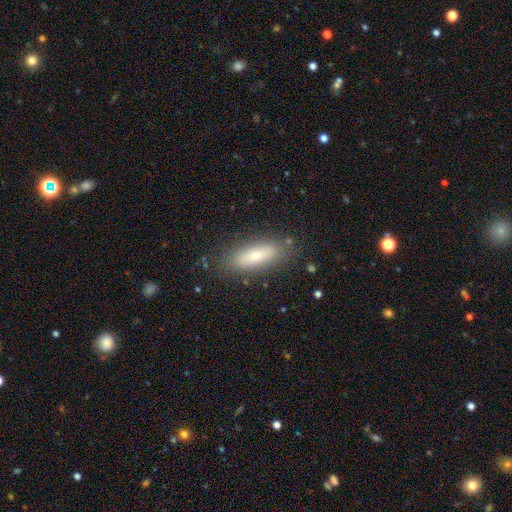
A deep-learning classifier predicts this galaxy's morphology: type=smooth (68%); roundness=in between (59%); merging=none (83%).